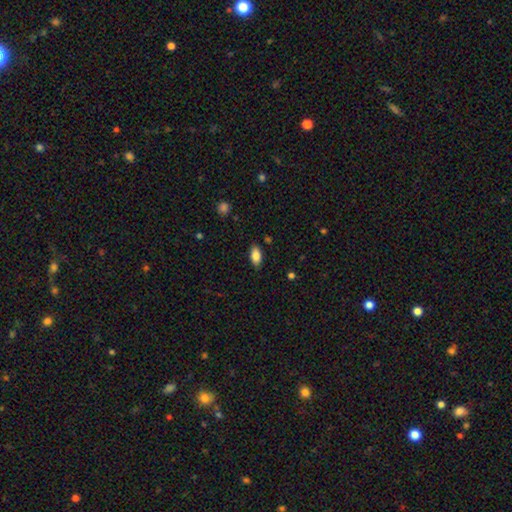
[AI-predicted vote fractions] Smooth or featured? smooth (86%)
How rounded? in between (91%)
Merging? none (84%)